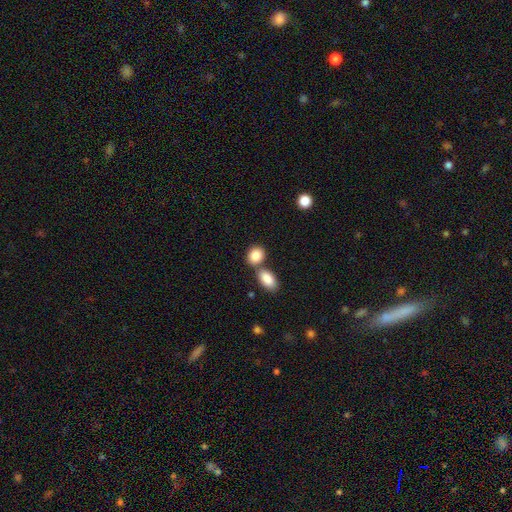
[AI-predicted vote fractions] This is clearly a smooth galaxy (87%). How rounded: likely in between (64%). Merging: possibly none (50%).